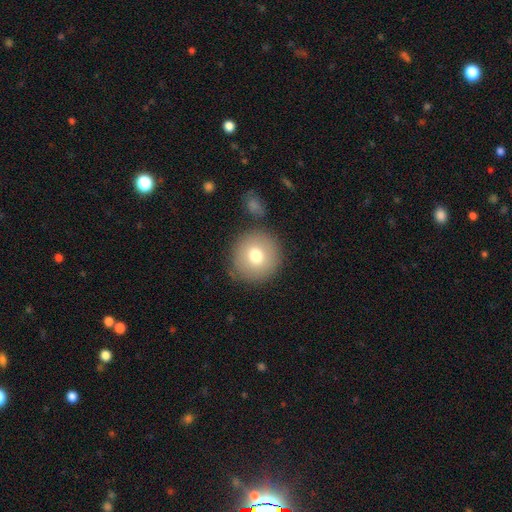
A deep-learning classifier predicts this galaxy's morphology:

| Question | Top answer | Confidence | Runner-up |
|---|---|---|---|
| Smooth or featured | smooth | 75% | featured or disk (16%) |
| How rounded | round | 93% | in between (6%) |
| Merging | none | 83% | minor disturbance (9%) |